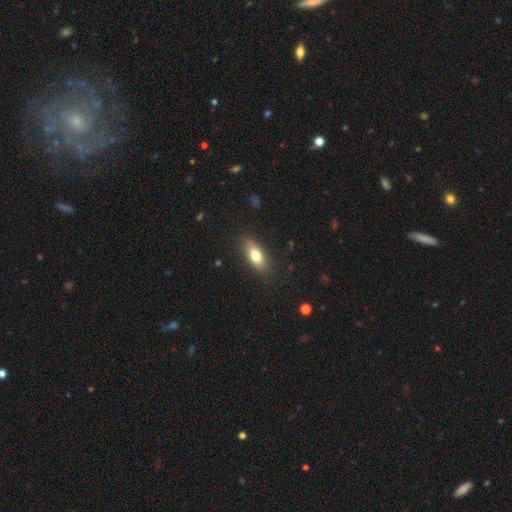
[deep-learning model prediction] Q: Smooth or featured?
A: smooth (75%); runner-up: featured or disk (18%)
Q: How rounded?
A: in between (80%); runner-up: cigar-shaped (15%)
Q: Merging?
A: none (84%); runner-up: minor disturbance (11%)